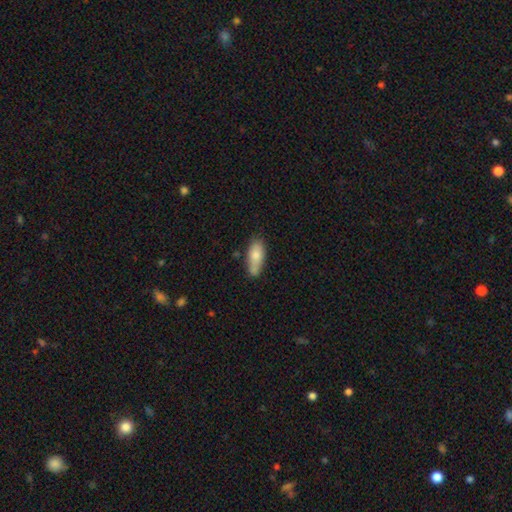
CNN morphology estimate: This appears to be a smooth galaxy with no disk features (77%) that is in between round and cigar-shaped (76%). Merging: none (61%).